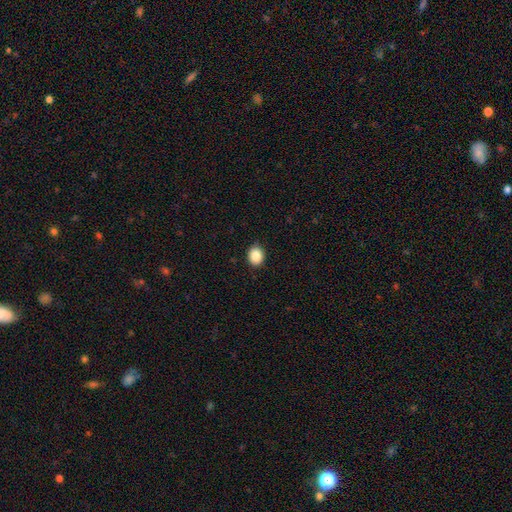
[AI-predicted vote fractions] The model was most divided on "how rounded": round: 55%, in between: 44%, cigar-shaped: 1%. More confident: merging — none (88%); smooth or featured — smooth (88%).